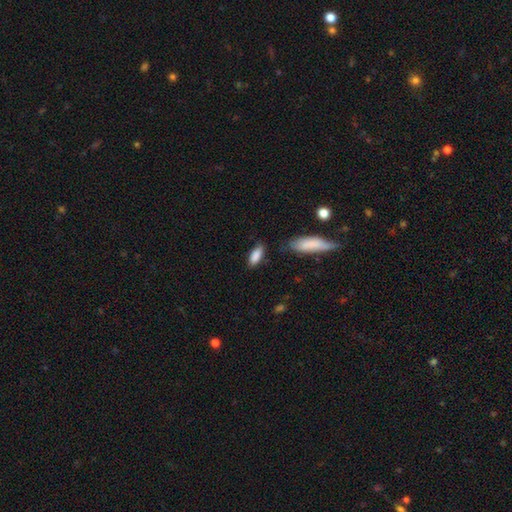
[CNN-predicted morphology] The model was most divided on "how rounded": in between: 74%, cigar-shaped: 24%, round: 2%. More confident: smooth or featured — smooth (87%); merging — none (75%).